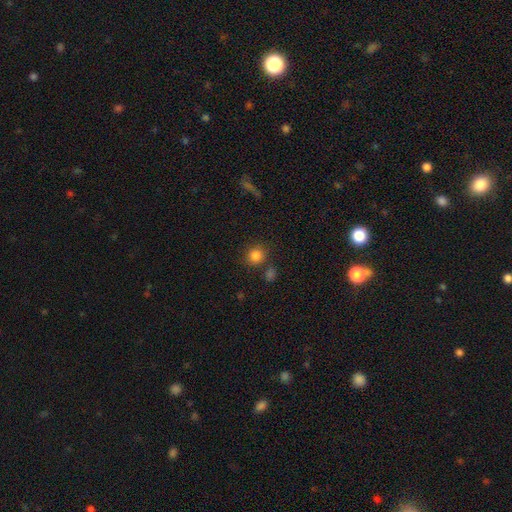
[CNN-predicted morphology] Smooth or featured?
  - smooth: 84% *
  - star or artifact: 11%
  - featured or disk: 5%
How rounded?
  - round: 88% *
  - in between: 10%
  - cigar-shaped: 1%
Merging?
  - none: 77% *
  - merger: 10%
  - minor disturbance: 10%
  - major disturbance: 4%